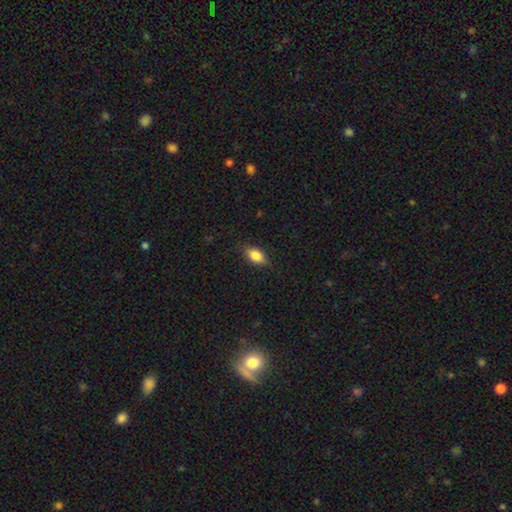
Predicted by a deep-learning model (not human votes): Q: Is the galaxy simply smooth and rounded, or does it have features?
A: smooth — 82%.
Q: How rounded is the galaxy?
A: in between — 86%.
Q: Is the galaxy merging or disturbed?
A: none — 83%.